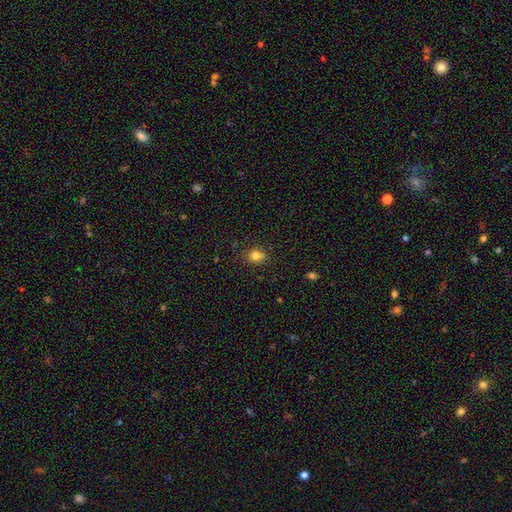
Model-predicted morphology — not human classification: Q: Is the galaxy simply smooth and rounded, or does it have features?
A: smooth — 80%.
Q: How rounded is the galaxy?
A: round — 57%.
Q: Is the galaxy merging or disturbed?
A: none — 78%.